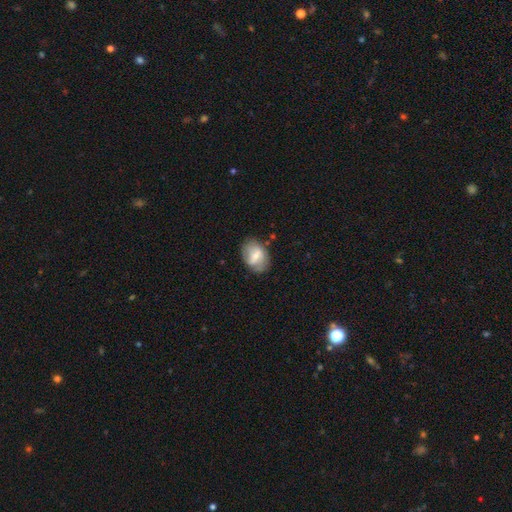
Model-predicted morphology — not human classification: Overall: smooth (49%; featured or disk 44%). Merging: none (69%).